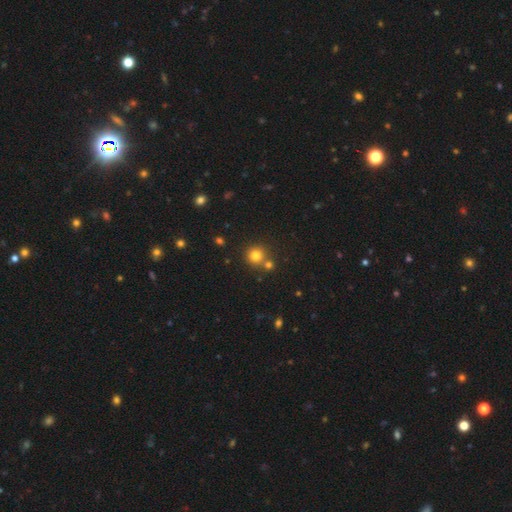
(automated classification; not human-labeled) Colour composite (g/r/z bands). It shows a smooth galaxy with no disk features (78%) that is round (92%). Merging: none (71%).